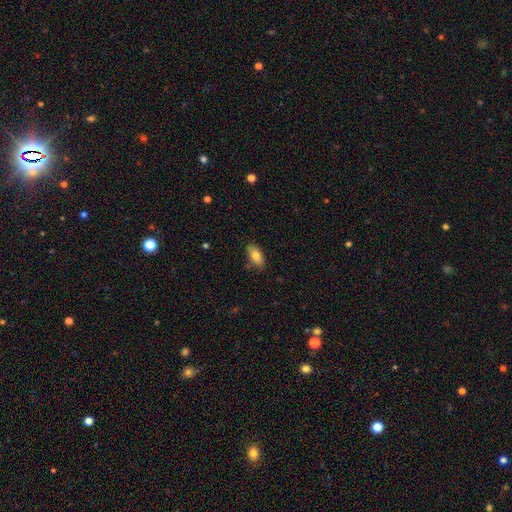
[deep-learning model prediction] Smooth or featured: smooth — 81% (featured or disk — 12%)
How rounded: in between — 90% (cigar-shaped — 6%)
Merging: none — 78% (minor disturbance — 16%)